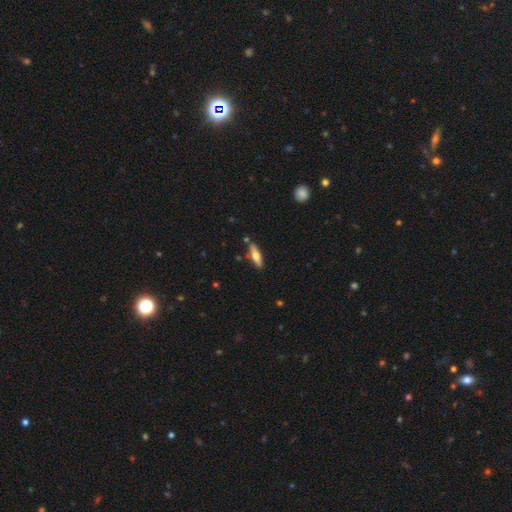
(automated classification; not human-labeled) Q: Smooth or featured?
A: smooth (49%); runner-up: featured or disk (45%)
Q: Merging?
A: none (83%); runner-up: minor disturbance (11%)